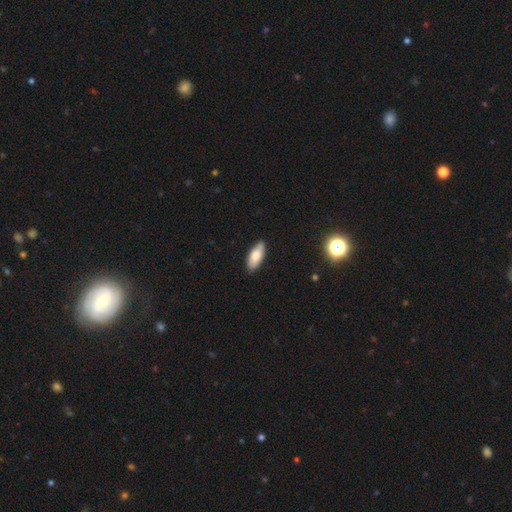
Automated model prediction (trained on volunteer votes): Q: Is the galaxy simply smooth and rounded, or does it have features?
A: smooth — 82%.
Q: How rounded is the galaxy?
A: in between — 82%.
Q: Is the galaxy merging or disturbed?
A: none — 84%.